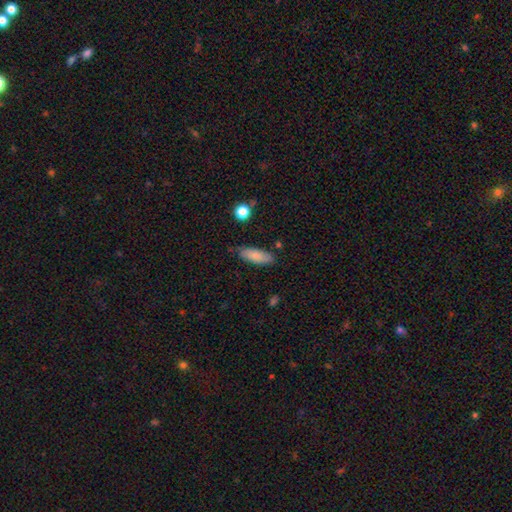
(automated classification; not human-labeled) The model was most divided on "how rounded": in between: 65%, cigar-shaped: 33%, round: 2%. More confident: smooth or featured — smooth (83%); merging — none (79%).